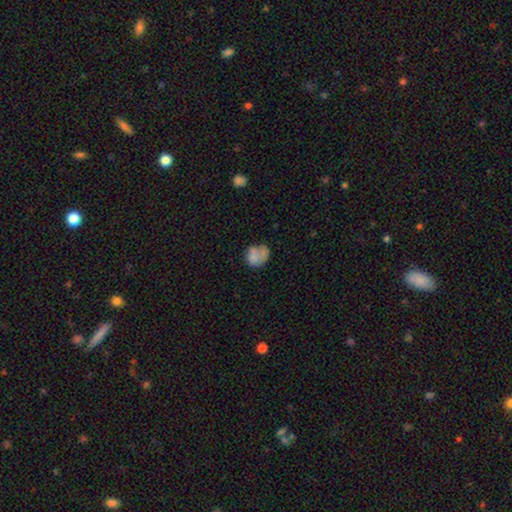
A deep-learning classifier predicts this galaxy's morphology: A smooth galaxy with no disk features (72%) that is round (63%). Merging: none (46%).